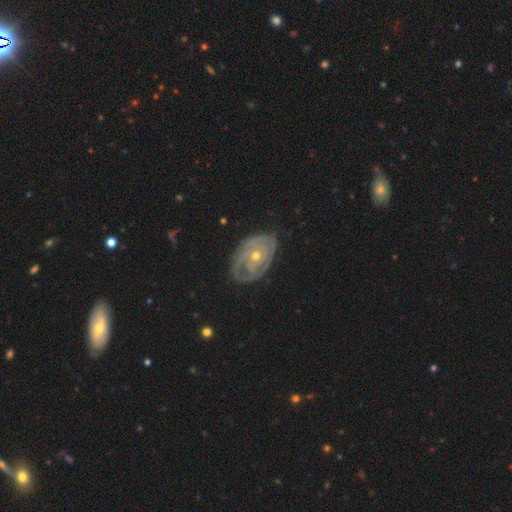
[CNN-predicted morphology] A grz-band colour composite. It shows a featured or disk galaxy (79%) with no bar (81%), tight (73%) spiral arms (79%) and a moderate central bulge (49%). Merging: none (70%).